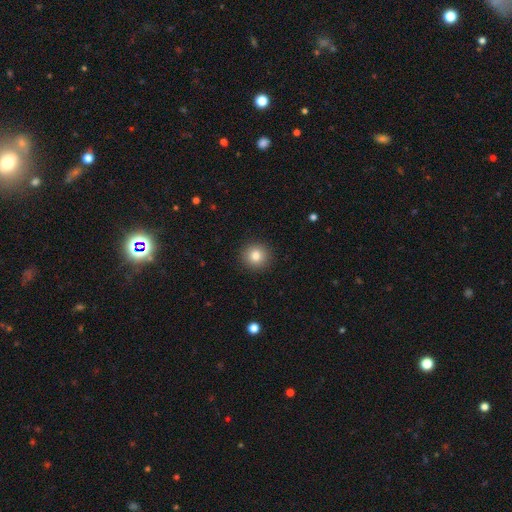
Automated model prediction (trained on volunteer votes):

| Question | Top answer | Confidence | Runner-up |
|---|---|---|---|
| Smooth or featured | smooth | 83% | star or artifact (10%) |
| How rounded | round | 93% | in between (6%) |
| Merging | none | 92% | minor disturbance (5%) |